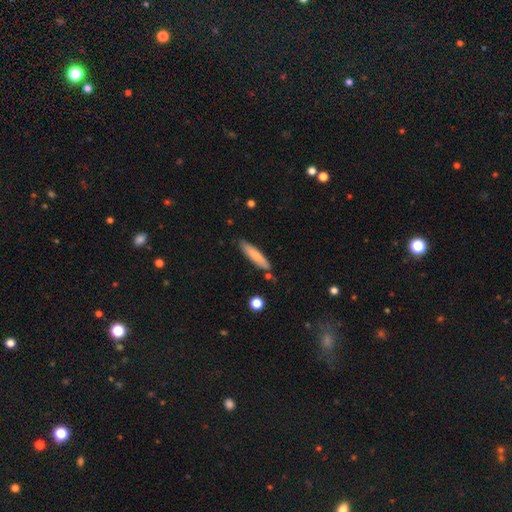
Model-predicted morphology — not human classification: smooth 78%, featured or disk 16%, star or artifact 6%. Down the decision tree: how rounded — cigar-shaped (85%); merging — none (83%).